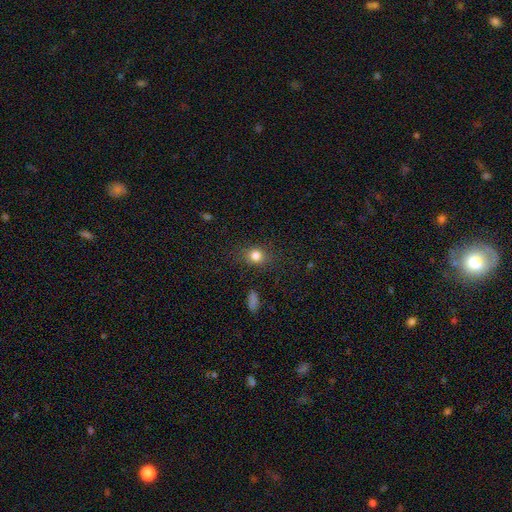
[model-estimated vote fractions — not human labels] Q: Smooth or featured?
A: smooth (82%); runner-up: star or artifact (12%)
Q: How rounded?
A: round (67%); runner-up: in between (31%)
Q: Merging?
A: none (83%); runner-up: minor disturbance (12%)